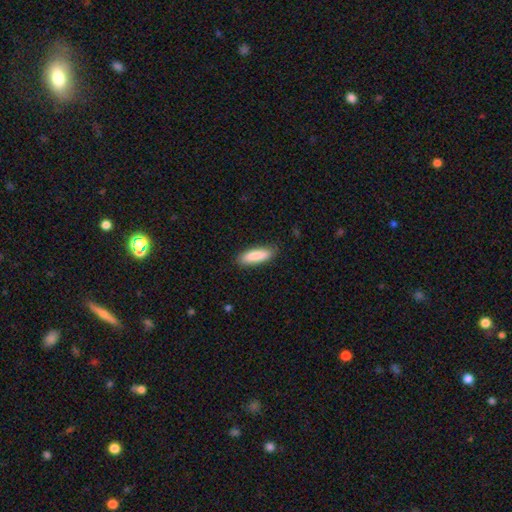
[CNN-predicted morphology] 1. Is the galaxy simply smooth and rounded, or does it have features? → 86% smooth, 8% featured or disk, 6% star or artifact.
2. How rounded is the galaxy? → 54% cigar-shaped, 44% in between, 1% round.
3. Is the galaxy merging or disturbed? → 85% none, 12% minor disturbance, 2% major disturbance, 1% merger.